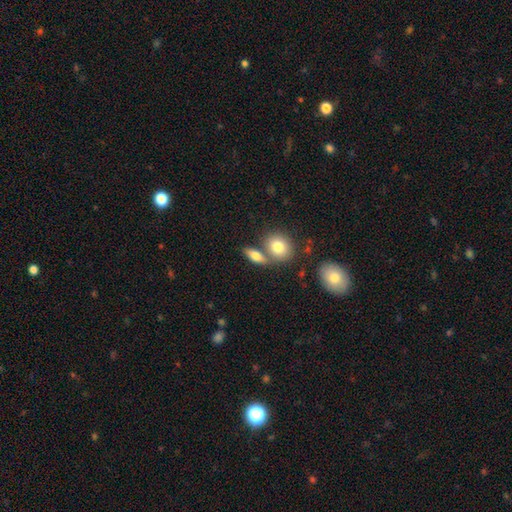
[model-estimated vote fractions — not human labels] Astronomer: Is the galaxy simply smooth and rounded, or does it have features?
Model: smooth — 74%.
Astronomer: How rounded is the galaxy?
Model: in between — 66%.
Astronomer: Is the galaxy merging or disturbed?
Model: none — 55% (runner-up: merger, 30%).